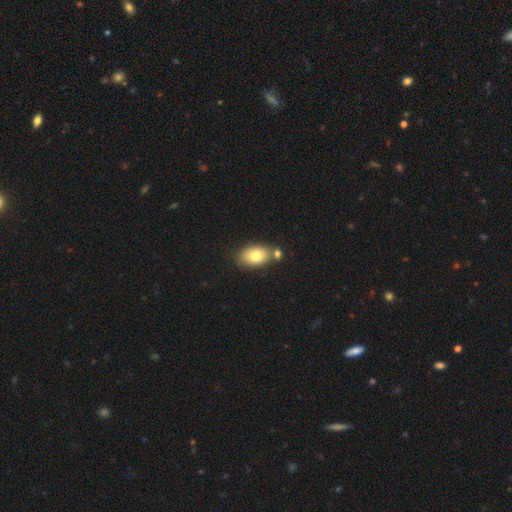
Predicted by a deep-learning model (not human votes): This appears to be a smooth galaxy with no disk features (78%) that is in between round and cigar-shaped (86%). Merging: none (61%).